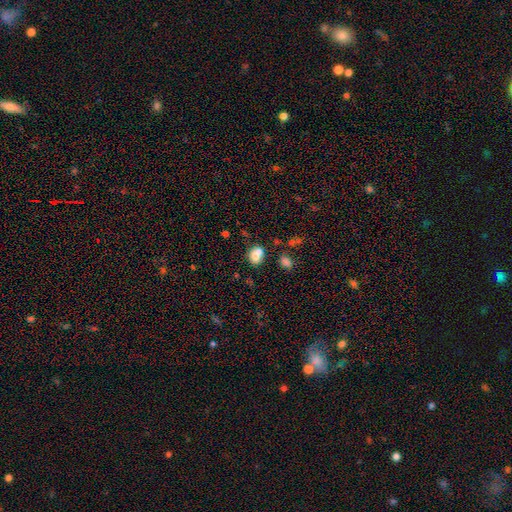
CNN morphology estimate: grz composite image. It shows a smooth galaxy with no disk features (73%) that is round (53%). Merging: merger (42%).